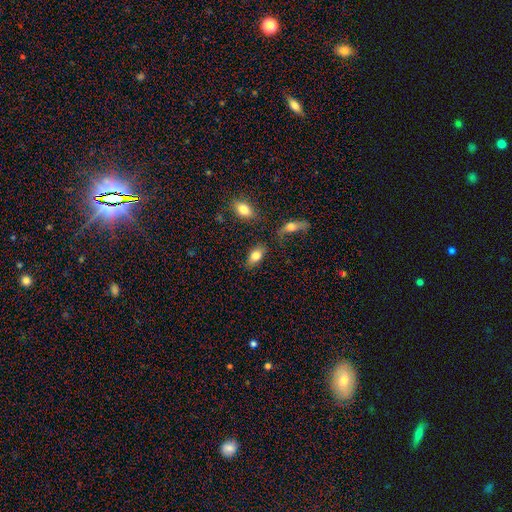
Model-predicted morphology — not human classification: Smooth or featured?
  - smooth: 78% *
  - featured or disk: 14%
  - star or artifact: 7%
How rounded?
  - in between: 88% *
  - round: 8%
  - cigar-shaped: 4%
Merging?
  - none: 73% *
  - minor disturbance: 14%
  - merger: 8%
  - major disturbance: 6%